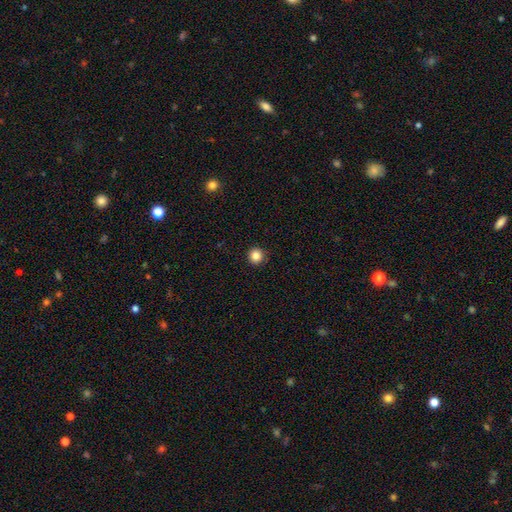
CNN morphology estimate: Smooth or featured?
  - smooth: 85% *
  - star or artifact: 11%
  - featured or disk: 4%
How rounded?
  - round: 95% *
  - in between: 4%
  - cigar-shaped: 1%
Merging?
  - none: 93% *
  - minor disturbance: 5%
  - major disturbance: 2%
  - merger: 1%